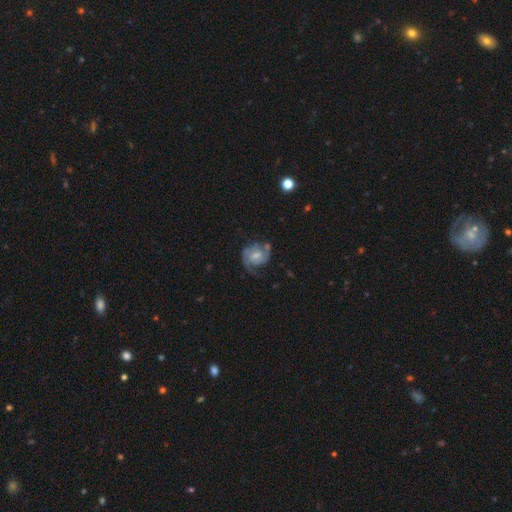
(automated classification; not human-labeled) featured or disk 79%, smooth 15%, star or artifact 6%. Down the decision tree: edge-on disk — no (98%); bar — weak (48%); spiral arms — yes (94%); spiral arm count — 2 (72%); spiral winding — medium (43%); bulge size — moderate (47%); merging — none (56%).